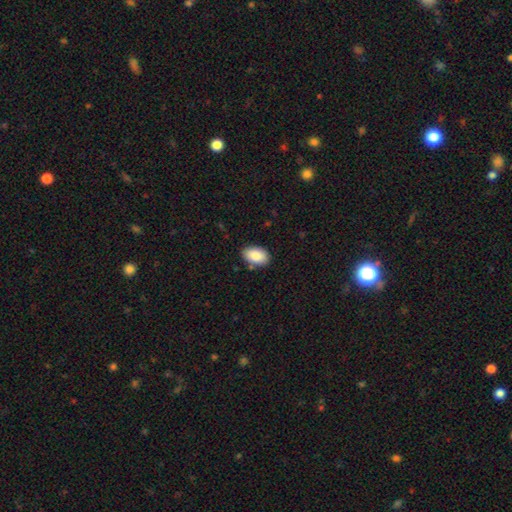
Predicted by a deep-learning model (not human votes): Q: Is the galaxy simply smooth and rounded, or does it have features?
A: smooth — 86%.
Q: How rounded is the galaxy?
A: in between — 91%.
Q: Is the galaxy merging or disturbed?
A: none — 83%.